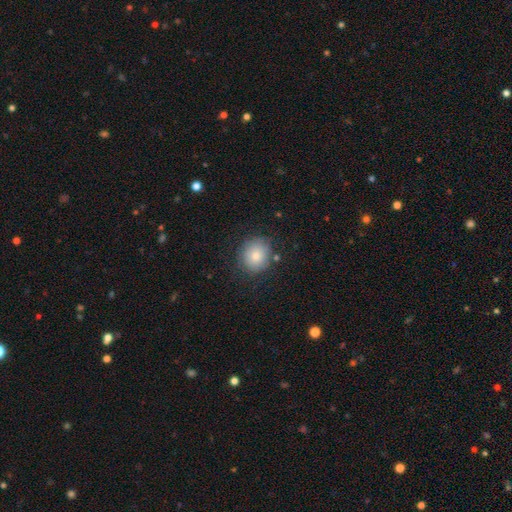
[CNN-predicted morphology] Q: Smooth or featured?
A: smooth (79%); runner-up: featured or disk (11%)
Q: How rounded?
A: round (73%); runner-up: in between (26%)
Q: Merging?
A: none (77%); runner-up: minor disturbance (15%)